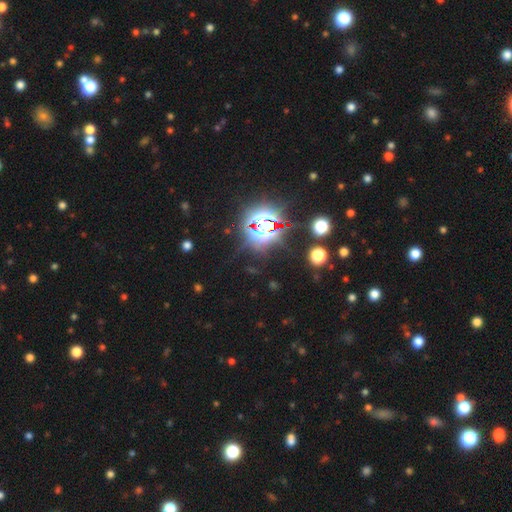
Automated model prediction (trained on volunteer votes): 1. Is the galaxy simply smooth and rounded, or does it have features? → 80% star or artifact, 13% smooth, 6% featured or disk.